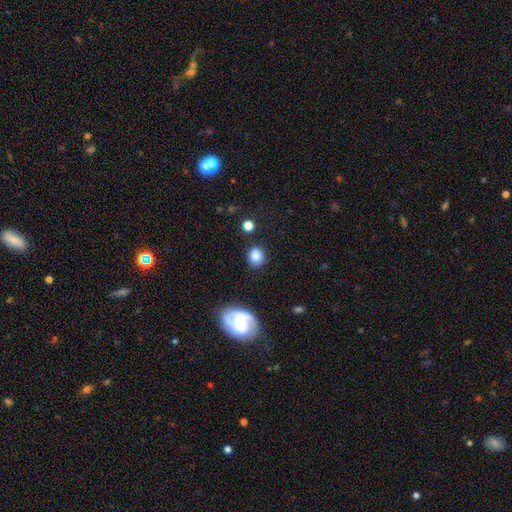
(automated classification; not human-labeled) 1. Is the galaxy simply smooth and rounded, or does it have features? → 81% smooth, 10% star or artifact, 9% featured or disk.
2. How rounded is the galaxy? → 74% round, 25% in between, 1% cigar-shaped.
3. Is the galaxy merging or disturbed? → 81% none, 12% minor disturbance, 4% major disturbance, 3% merger.